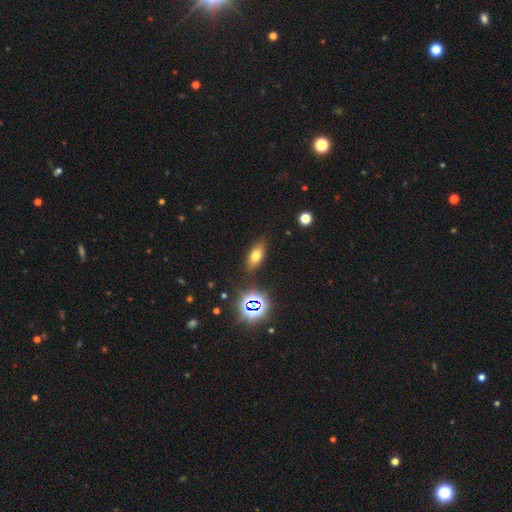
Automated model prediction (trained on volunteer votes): smooth 65%, star or artifact 18%, featured or disk 17%. Down the decision tree: how rounded — in between (77%); merging — none (84%).